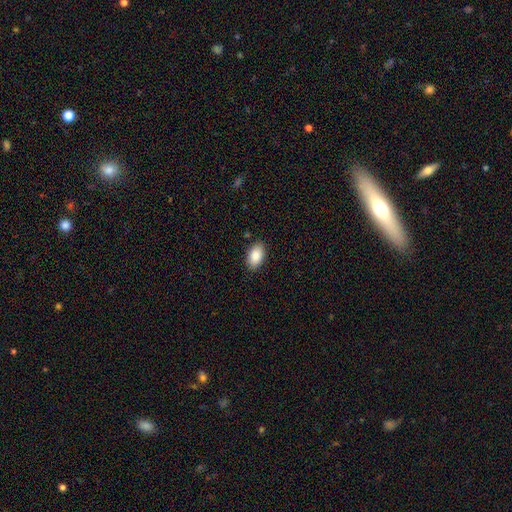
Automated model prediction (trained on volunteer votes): smooth_or_featured: smooth (p=0.88) [alt: star or artifact p=0.07]
how_rounded: in between (p=0.93) [alt: round p=0.05]
merging: none (p=0.87) [alt: minor disturbance p=0.10]